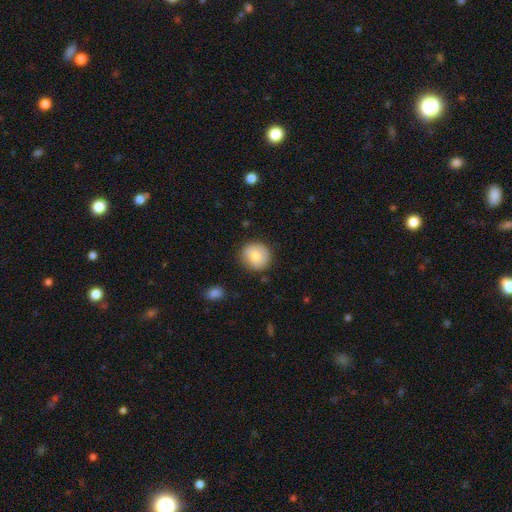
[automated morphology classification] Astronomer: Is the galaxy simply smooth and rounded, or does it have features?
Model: smooth — 77%.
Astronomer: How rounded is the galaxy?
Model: round — 88%.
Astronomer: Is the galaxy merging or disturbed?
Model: none — 83%.